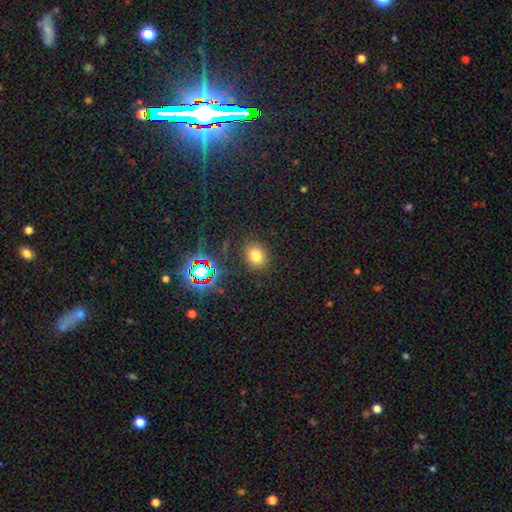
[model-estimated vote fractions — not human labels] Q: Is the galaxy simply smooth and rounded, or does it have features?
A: smooth — 72%.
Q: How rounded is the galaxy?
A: round — 62%.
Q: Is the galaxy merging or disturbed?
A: none — 85%.